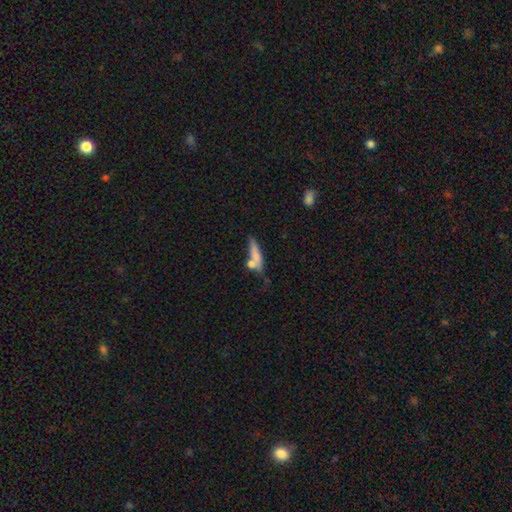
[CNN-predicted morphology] smooth-or-featured: smooth: 73% | featured or disk: 20% | star or artifact: 8%
  how-rounded: cigar-shaped: 70% | in between: 25% | round: 5%
  merging: none: 51% | merger: 23% | minor disturbance: 18% | major disturbance: 8%